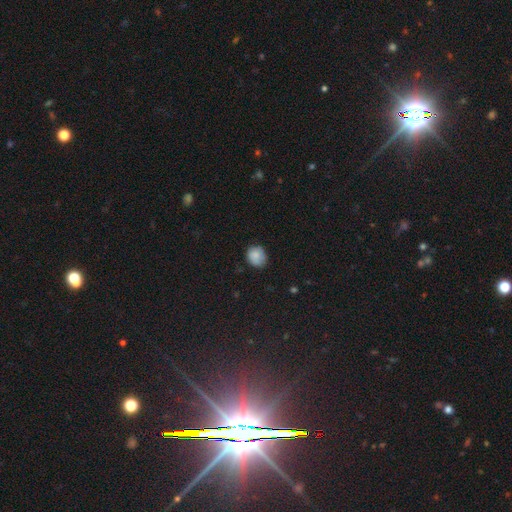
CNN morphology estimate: Q: Smooth or featured?
A: smooth (84%); runner-up: star or artifact (9%)
Q: How rounded?
A: round (72%); runner-up: in between (27%)
Q: Merging?
A: none (70%); runner-up: minor disturbance (25%)